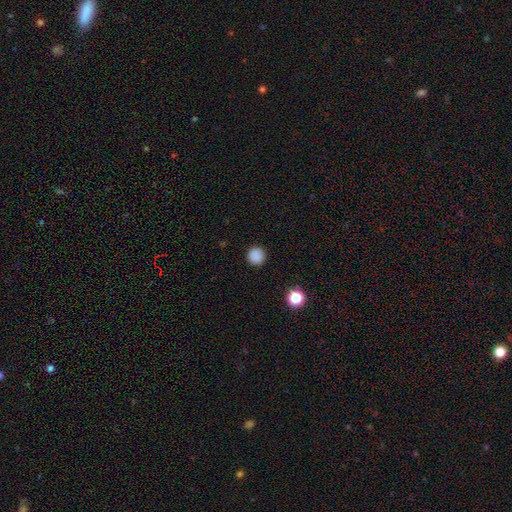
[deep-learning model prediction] smooth-or-featured: smooth: 86% | star or artifact: 11% | featured or disk: 3%
  how-rounded: round: 94% | in between: 5% | cigar-shaped: 1%
  merging: none: 91% | minor disturbance: 6% | major disturbance: 2% | merger: 1%